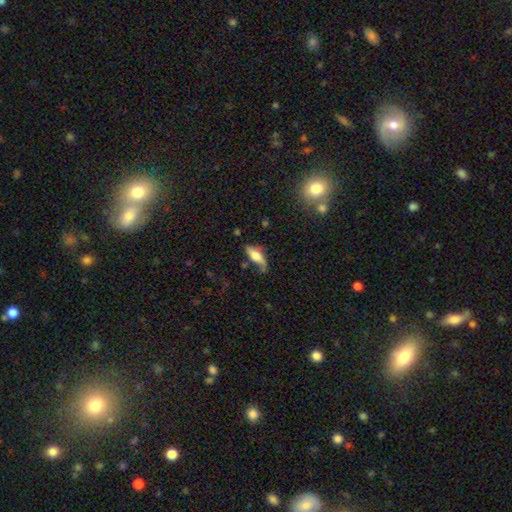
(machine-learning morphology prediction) Smooth or featured? Predicted: smooth (p=0.55). How rounded? Predicted: in between (p=0.65). Merging? Predicted: none (p=0.48).